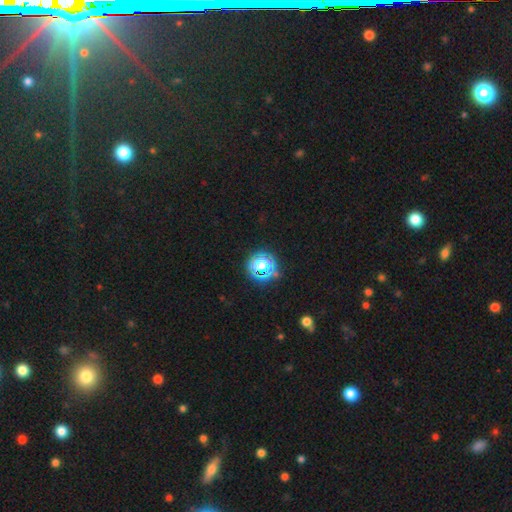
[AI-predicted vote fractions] This is possibly a star or artifact rather than a galaxy (55%).